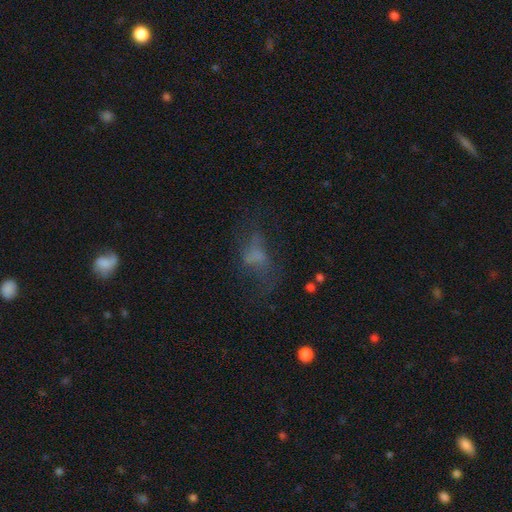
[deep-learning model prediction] A smooth galaxy with no disk features (44%).

Vote fractions:
- Smooth or featured? smooth: 44% / featured or disk: 35% / star or artifact: 21%
- Merging? none: 40% / major disturbance: 37% / minor disturbance: 19% / merger: 4%